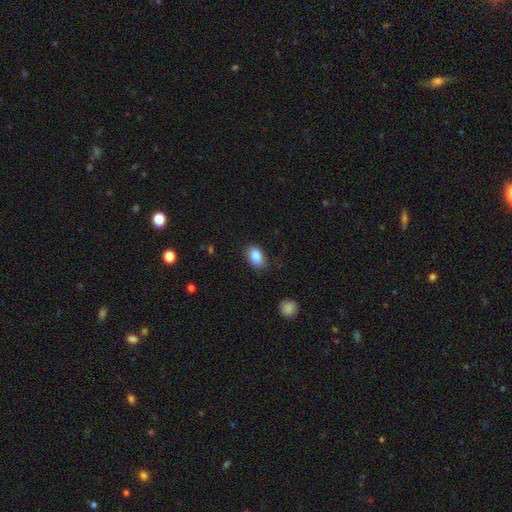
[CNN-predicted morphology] Q: Smooth or featured?
A: smooth (86%); runner-up: star or artifact (8%)
Q: How rounded?
A: in between (86%); runner-up: round (12%)
Q: Merging?
A: none (76%); runner-up: minor disturbance (18%)